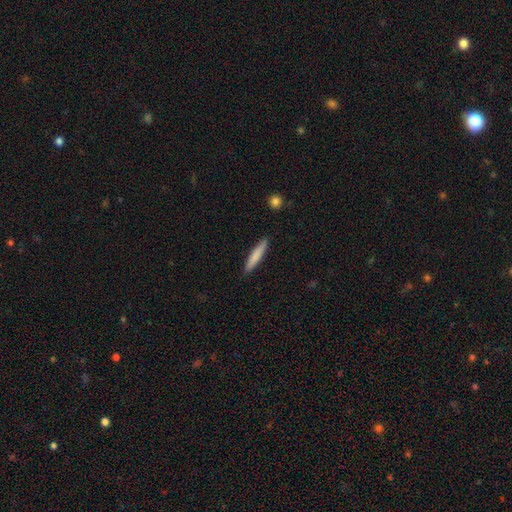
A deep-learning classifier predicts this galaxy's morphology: Q: Smooth or featured?
A: smooth (77%); runner-up: featured or disk (17%)
Q: How rounded?
A: cigar-shaped (91%); runner-up: in between (7%)
Q: Merging?
A: none (89%); runner-up: minor disturbance (8%)